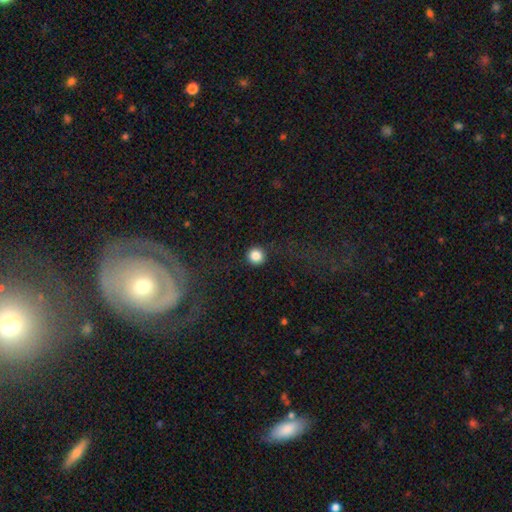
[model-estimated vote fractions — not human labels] Overall: smooth (85%). How rounded: round (95%). Merging: none (90%).